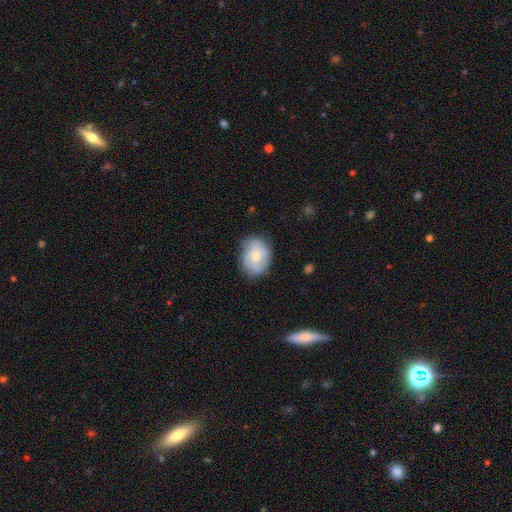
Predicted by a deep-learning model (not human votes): smooth_or_featured: smooth (p=0.60) [alt: featured or disk p=0.32]
how_rounded: in between (p=0.58) [alt: round p=0.41]
merging: none (p=0.73) [alt: minor disturbance p=0.20]